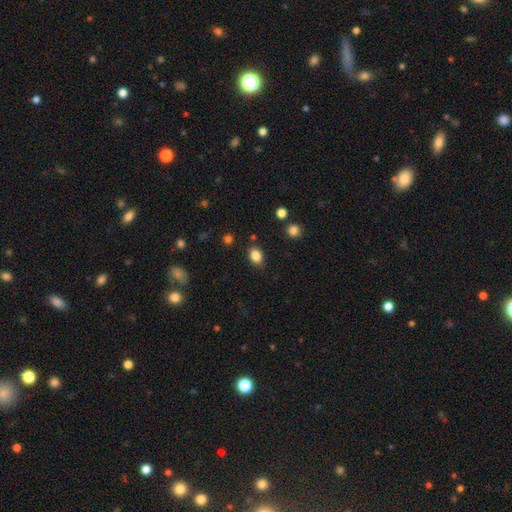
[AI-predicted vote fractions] Smooth or featured? Predicted: smooth (p=0.84). How rounded? Predicted: in between (p=0.74). Merging? Predicted: none (p=0.82).